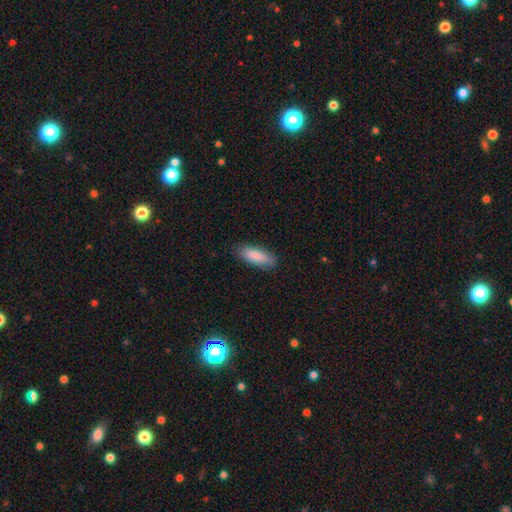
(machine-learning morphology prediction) Smooth or featured? Predicted: smooth (p=0.85). How rounded? Predicted: in between (p=0.64). Merging? Predicted: none (p=0.84).